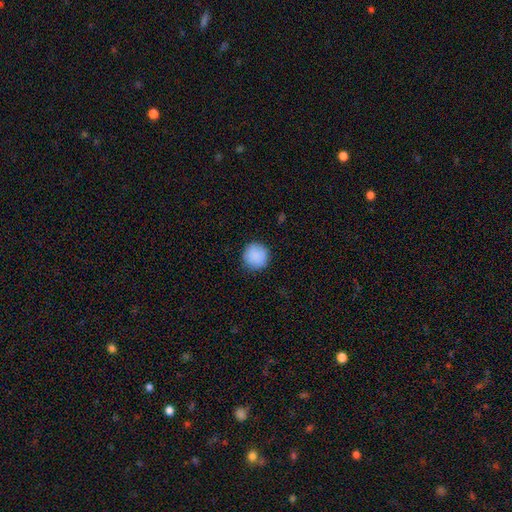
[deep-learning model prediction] Smooth or featured? smooth (89%)
How rounded? round (94%)
Merging? none (89%)